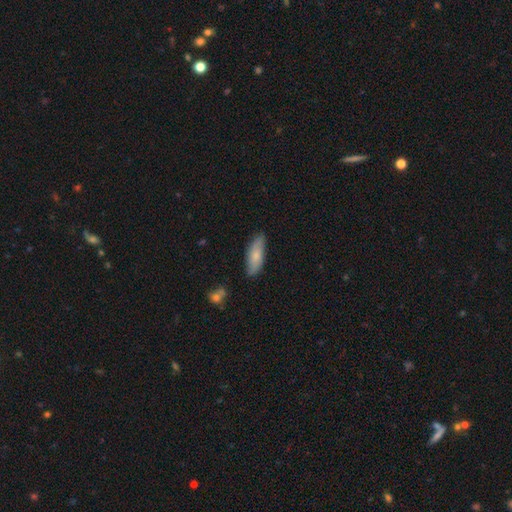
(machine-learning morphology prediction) A smooth galaxy with no disk features (75%) that is in between round and cigar-shaped (60%). Merging: none (80%).